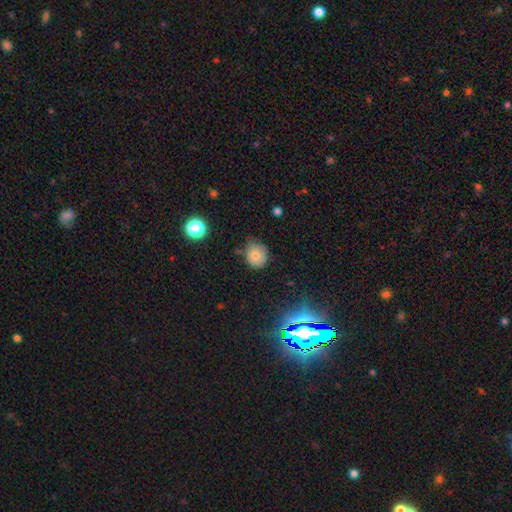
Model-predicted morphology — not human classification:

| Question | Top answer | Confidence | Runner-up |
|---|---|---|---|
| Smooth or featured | smooth | 76% | star or artifact (13%) |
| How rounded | round | 81% | in between (18%) |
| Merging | none | 65% | minor disturbance (27%) |